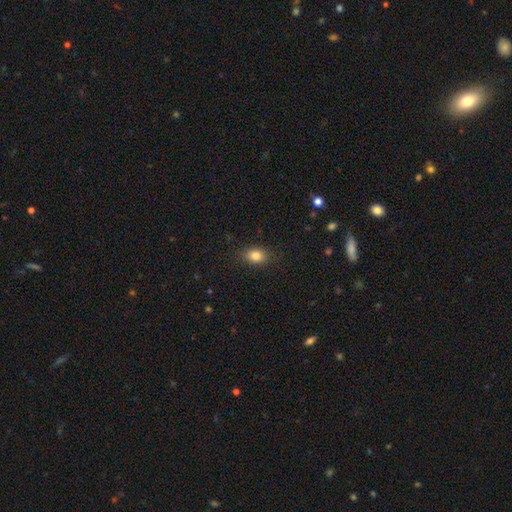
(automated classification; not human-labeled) Morphology: type=smooth (84%); roundness=in between (66%); merging=none (84%).